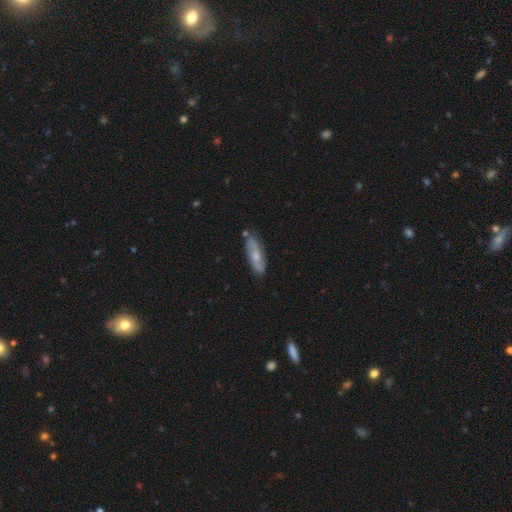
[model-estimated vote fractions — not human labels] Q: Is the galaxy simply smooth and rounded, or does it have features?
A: smooth — 48%.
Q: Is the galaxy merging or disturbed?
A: none — 76%.